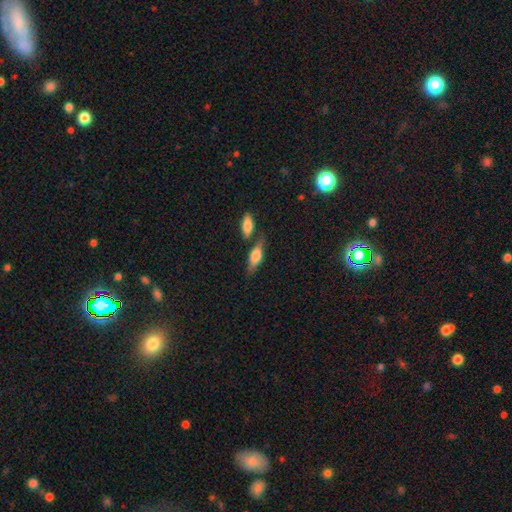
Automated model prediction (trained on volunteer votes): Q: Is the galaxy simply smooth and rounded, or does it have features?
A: smooth — 55%.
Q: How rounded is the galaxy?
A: in between — 64%.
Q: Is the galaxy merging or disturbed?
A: none — 62%.